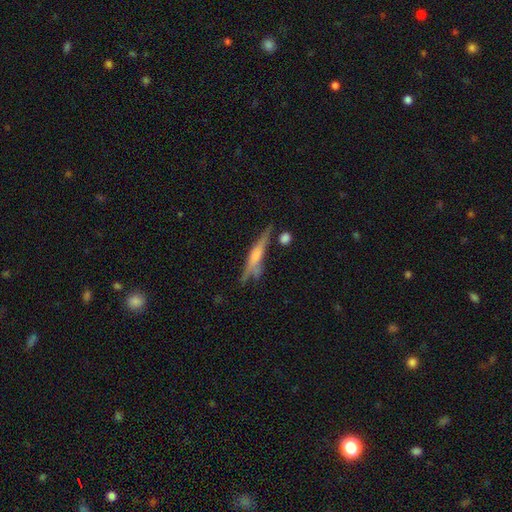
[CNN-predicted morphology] Smooth or featured? Predicted: featured or disk (p=0.50). Merging? Predicted: none (p=0.58).